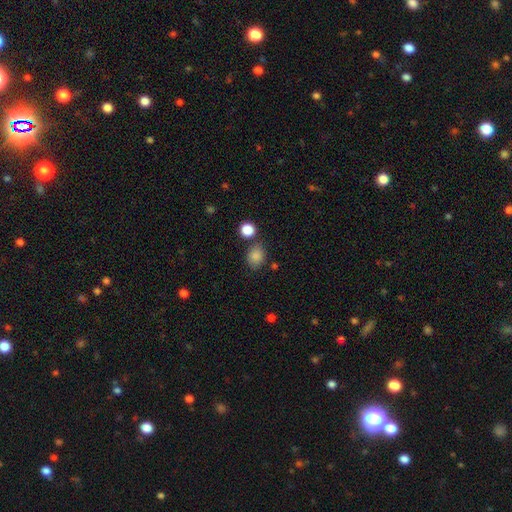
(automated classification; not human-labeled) smooth_or_featured: smooth (p=0.85) [alt: star or artifact p=0.10]
how_rounded: in between (p=0.50) [alt: round p=0.49]
merging: none (p=0.73) [alt: minor disturbance p=0.14]